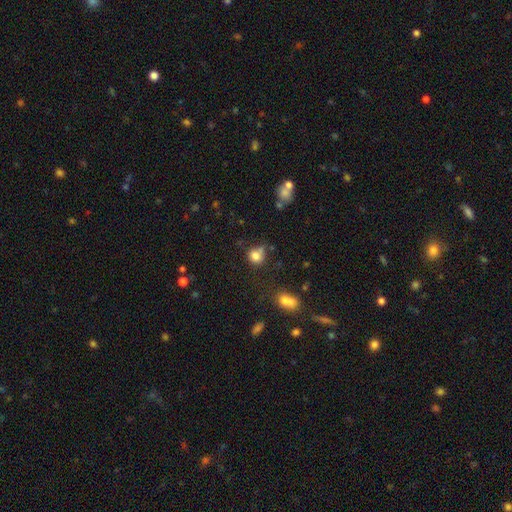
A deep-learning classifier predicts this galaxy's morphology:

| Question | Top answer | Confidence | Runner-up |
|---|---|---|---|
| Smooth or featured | smooth | 79% | star or artifact (12%) |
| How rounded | round | 74% | in between (25%) |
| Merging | none | 51% | minor disturbance (24%) |